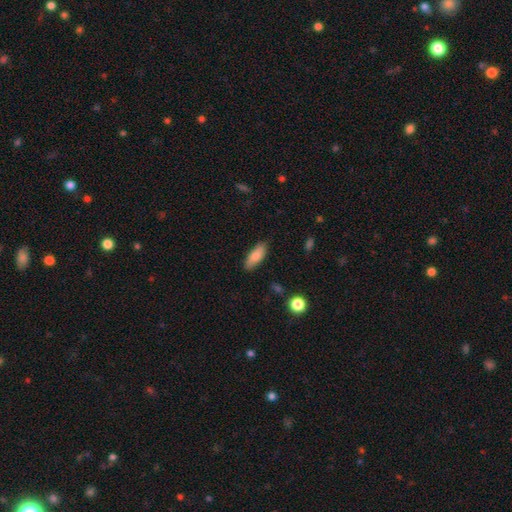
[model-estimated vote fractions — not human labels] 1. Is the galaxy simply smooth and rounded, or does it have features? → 81% smooth, 13% featured or disk, 6% star or artifact.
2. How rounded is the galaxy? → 72% in between, 26% cigar-shaped, 2% round.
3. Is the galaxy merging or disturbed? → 84% none, 12% minor disturbance, 2% major disturbance, 1% merger.